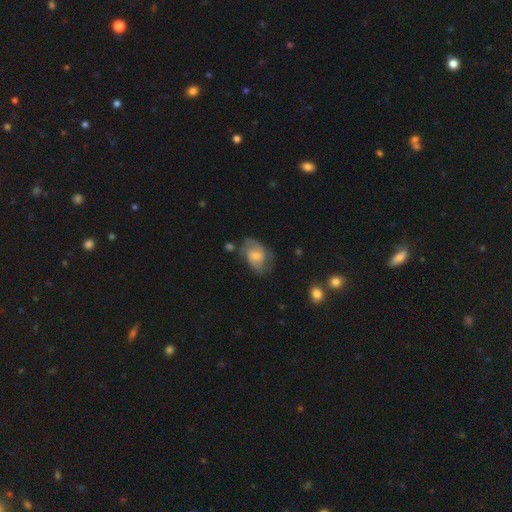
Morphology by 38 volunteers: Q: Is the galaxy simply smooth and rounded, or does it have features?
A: smooth — 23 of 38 (61%).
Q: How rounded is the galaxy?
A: in between — 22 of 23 (96%).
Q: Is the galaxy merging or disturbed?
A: none — 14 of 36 (39%).